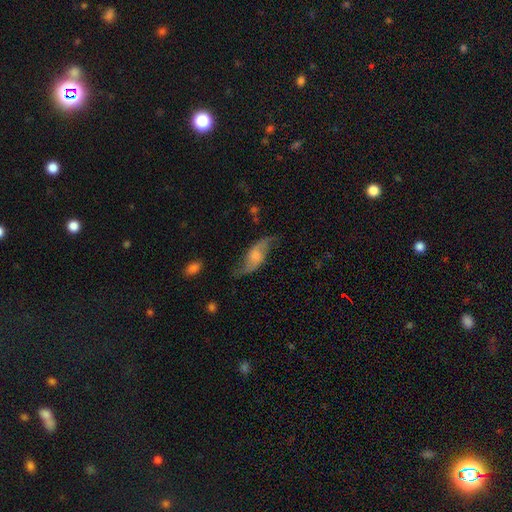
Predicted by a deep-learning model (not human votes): Smooth or featured: featured or disk — 72% (smooth — 21%)
Edge-on disk: no — 91% (yes — 9%)
Bar: no — 53% (weak — 37%)
Spiral arms: yes — 91% (no — 9%)
Spiral winding: loose — 79% (medium — 17%)
Spiral arm count: 2 — 92% (can't tell — 3%)
Bulge size: none — 33% (moderate — 27%)
Merging: none — 65% (minor disturbance — 20%)